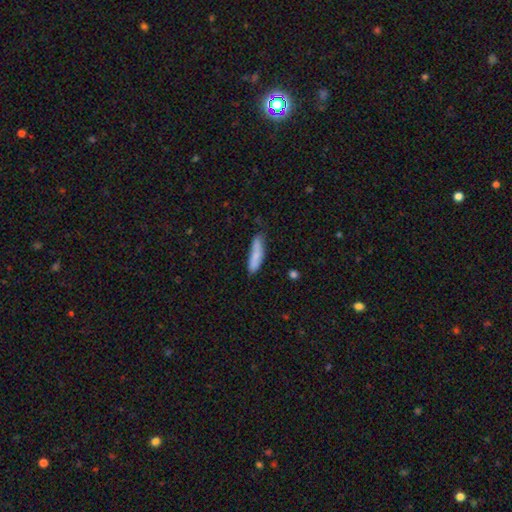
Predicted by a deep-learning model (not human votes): Morphology: type=smooth (77%); roundness=cigar-shaped (70%); merging=none (66%).